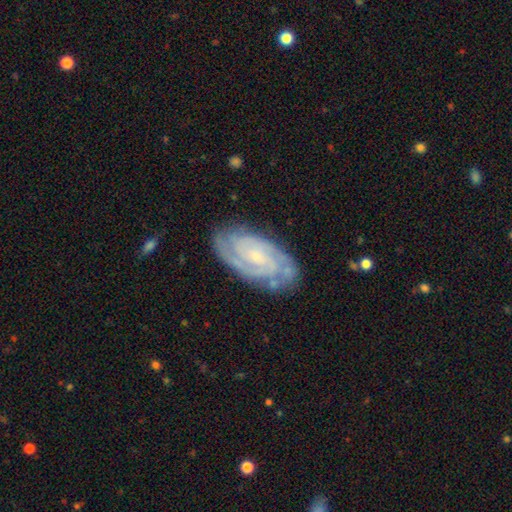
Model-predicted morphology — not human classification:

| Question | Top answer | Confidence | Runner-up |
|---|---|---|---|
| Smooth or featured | featured or disk | 87% | smooth (7%) |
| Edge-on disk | no | 96% | yes (4%) |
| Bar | no | 54% | weak (36%) |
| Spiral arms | yes | 98% | no (2%) |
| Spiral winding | tight | 71% | medium (25%) |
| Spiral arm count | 2 | 50% | 3 (21%) |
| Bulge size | small | 76% | moderate (16%) |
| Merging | none | 80% | minor disturbance (15%) |